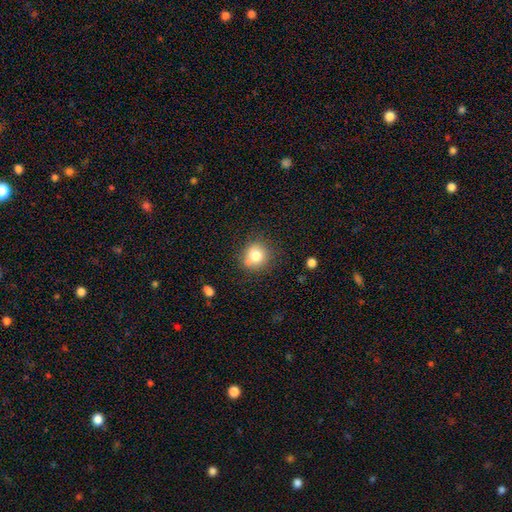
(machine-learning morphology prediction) Smooth or featured: smooth — 79% (star or artifact — 11%)
How rounded: round — 88% (in between — 11%)
Merging: none — 71% (minor disturbance — 14%)